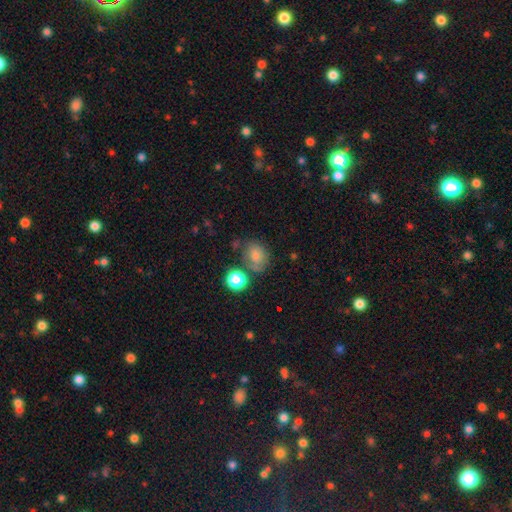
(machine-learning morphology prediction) Smooth or featured: smooth — 70% (star or artifact — 17%)
How rounded: round — 51% (in between — 48%)
Merging: none — 63% (minor disturbance — 19%)